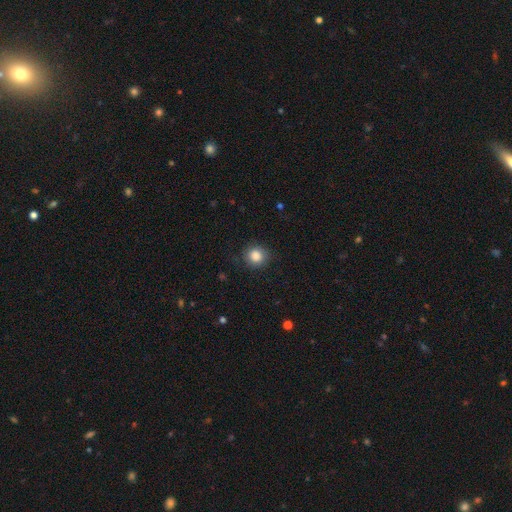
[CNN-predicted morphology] This is clearly a smooth galaxy (85%). How rounded: clearly round (86%). Merging: clearly none (83%).